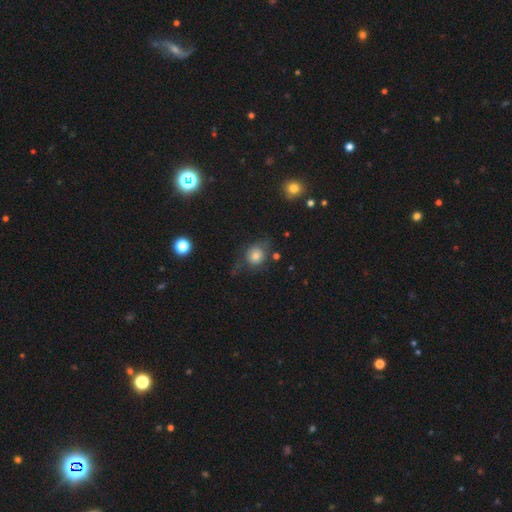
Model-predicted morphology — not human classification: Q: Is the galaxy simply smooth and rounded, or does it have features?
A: smooth — 71%.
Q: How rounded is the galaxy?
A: round — 75%.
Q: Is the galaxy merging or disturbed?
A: none — 57%.